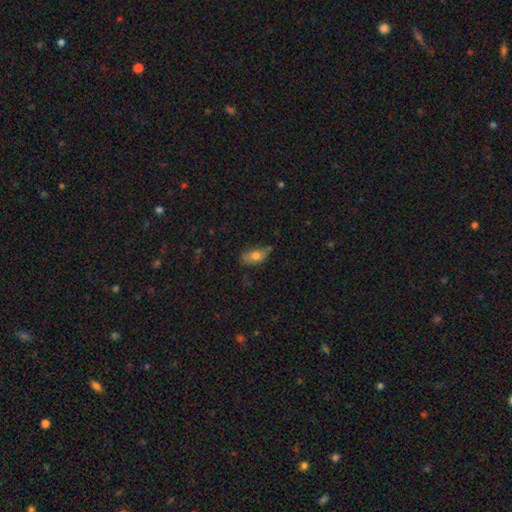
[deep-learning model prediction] Smooth or featured? smooth (74%)
How rounded? in between (87%)
Merging? none (56%)